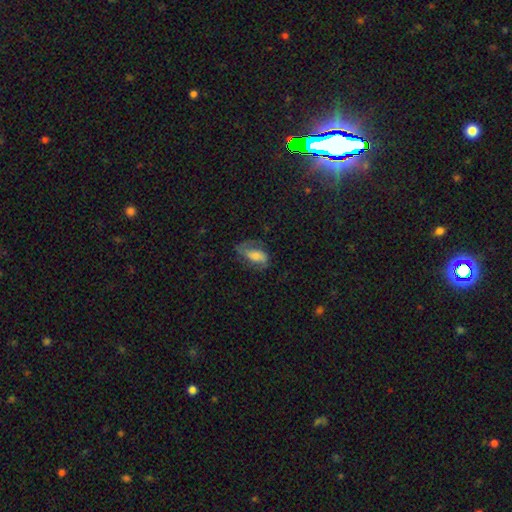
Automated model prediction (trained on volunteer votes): A featured or disk galaxy (47%).

Vote fractions:
- Smooth or featured? featured or disk: 47% / smooth: 44% / star or artifact: 9%
- Merging? none: 52% / minor disturbance: 25% / major disturbance: 21% / merger: 2%